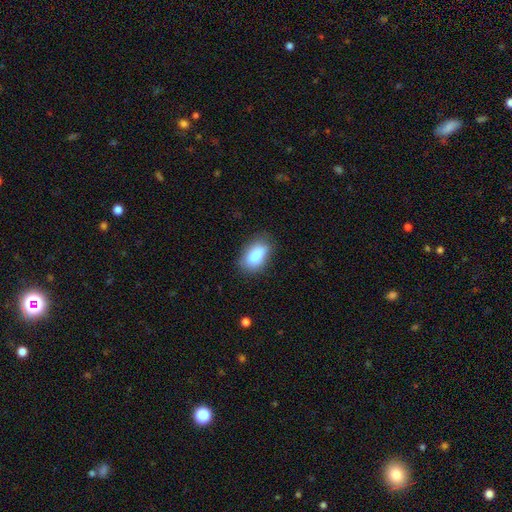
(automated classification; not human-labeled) Q: Smooth or featured?
A: smooth (79%); runner-up: featured or disk (13%)
Q: How rounded?
A: in between (88%); runner-up: round (8%)
Q: Merging?
A: none (74%); runner-up: minor disturbance (19%)